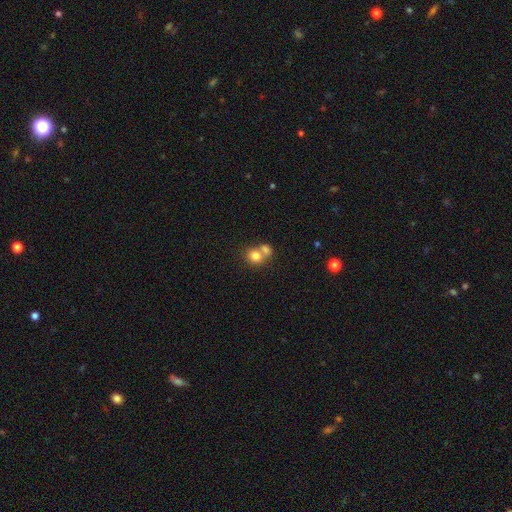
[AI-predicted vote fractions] This is likely a smooth galaxy (77%). How rounded: likely round (76%). Merging: possibly merger (55%).